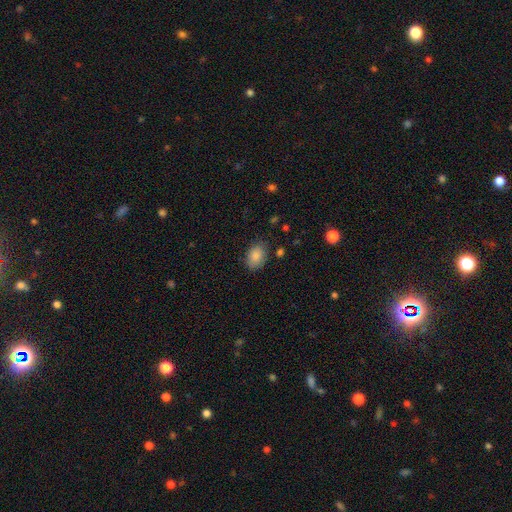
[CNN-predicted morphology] Smooth or featured? smooth (85%)
How rounded? in between (80%)
Merging? none (79%)